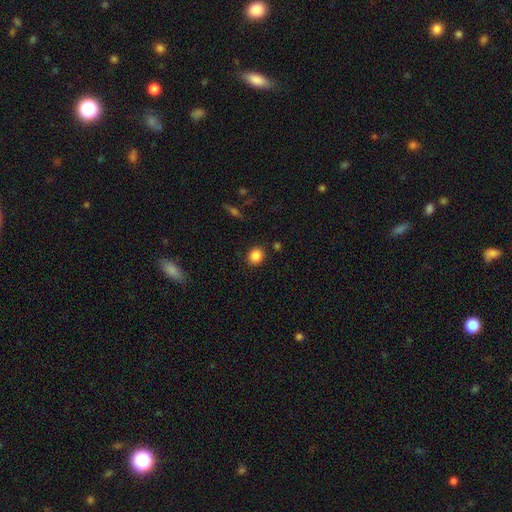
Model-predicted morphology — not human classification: A smooth galaxy with no disk features (86%) that is round (76%). Merging: none (88%).